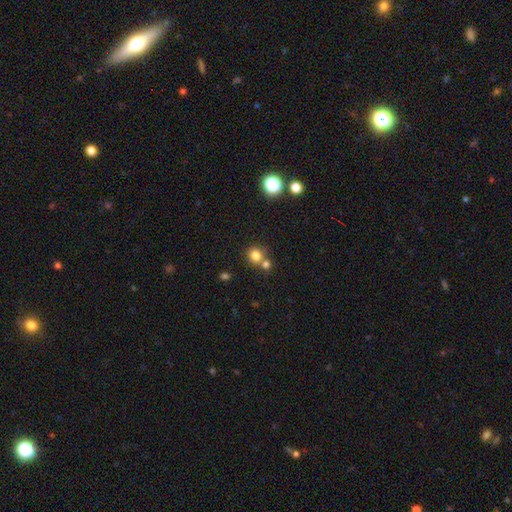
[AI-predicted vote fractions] Overall: smooth (78%). How rounded: round (84%). Merging: none (55%; merger 34%).